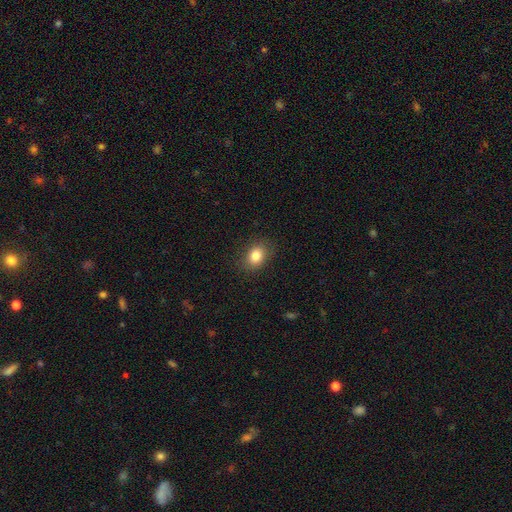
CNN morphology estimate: type=smooth (83%); roundness=in between (62%); merging=none (87%).